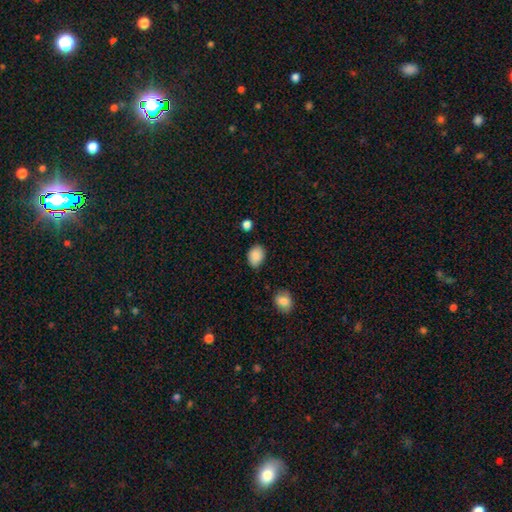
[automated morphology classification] smooth_or_featured: smooth (p=0.88) [alt: star or artifact p=0.08]
how_rounded: in between (p=0.70) [alt: round p=0.29]
merging: none (p=0.76) [alt: minor disturbance p=0.19]